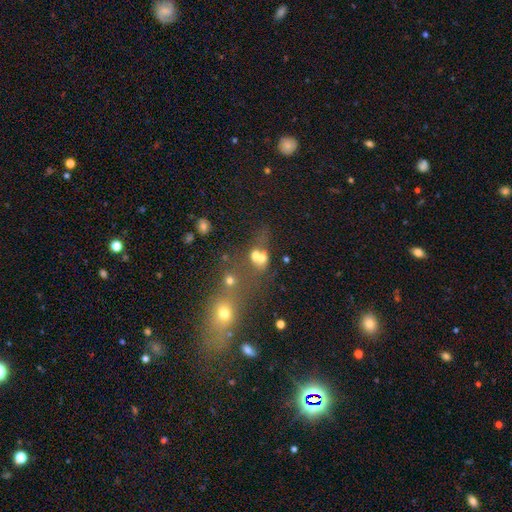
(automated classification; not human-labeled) smooth-or-featured: smooth: 61% | featured or disk: 19% | star or artifact: 19%
  how-rounded: round: 58% | in between: 40% | cigar-shaped: 2%
  merging: merger: 52% | none: 28% | minor disturbance: 10% | major disturbance: 9%